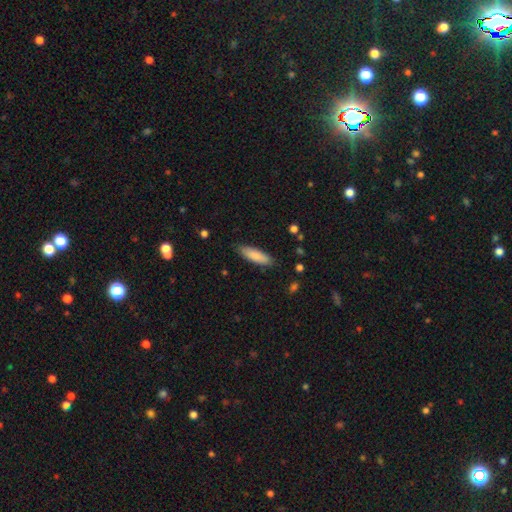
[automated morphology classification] Smooth or featured? Predicted: smooth (p=0.85). How rounded? Predicted: cigar-shaped (p=0.53). Merging? Predicted: none (p=0.85).